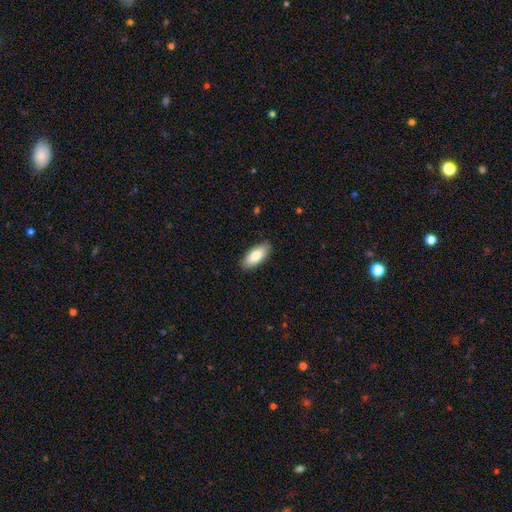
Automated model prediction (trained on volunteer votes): Overall: smooth (83%). How rounded: in between (86%). Merging: none (88%).